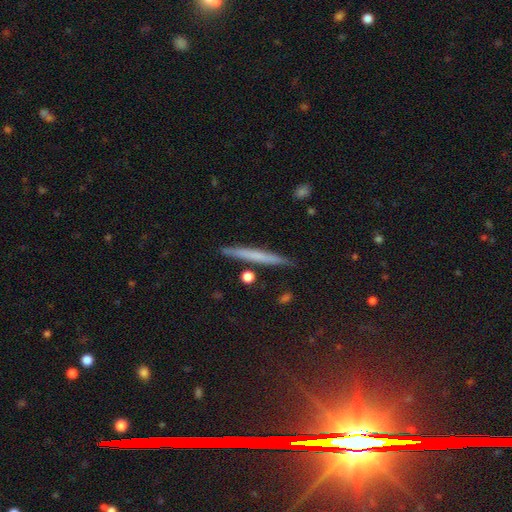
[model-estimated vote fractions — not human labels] Smooth or featured? smooth (53%)
How rounded? cigar-shaped (96%)
Merging? none (89%)